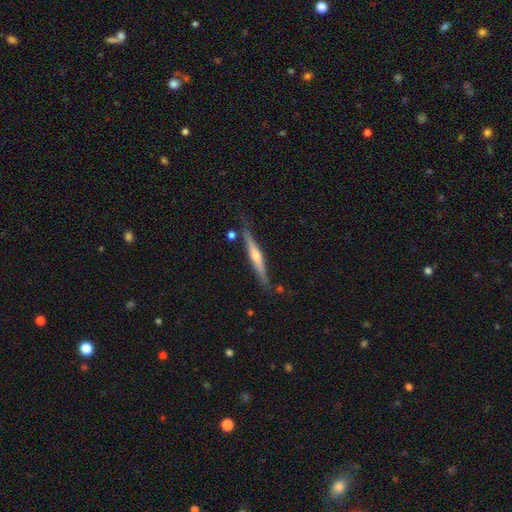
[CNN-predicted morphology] A featured or disk galaxy (69%) viewed edge-on (97%) with a rounded central bulge (80%). Merging: none (79%).